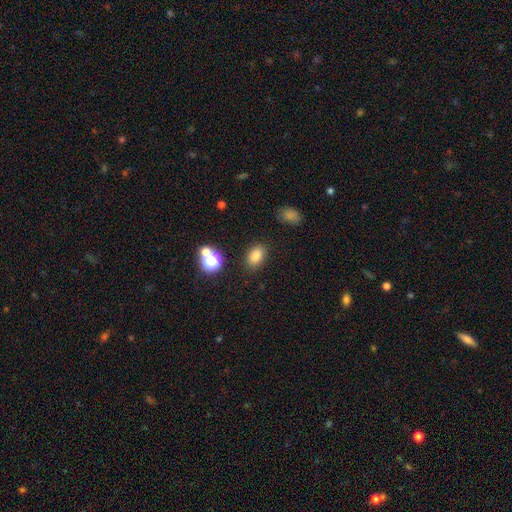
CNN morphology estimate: Overall: smooth (80%). How rounded: in between (81%). Merging: none (84%).